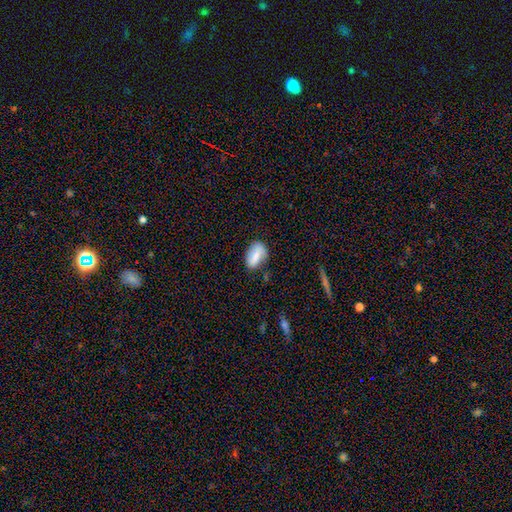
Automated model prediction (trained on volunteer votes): Smooth or featured?
  - smooth: 78% *
  - featured or disk: 15%
  - star or artifact: 8%
How rounded?
  - in between: 90% *
  - round: 6%
  - cigar-shaped: 3%
Merging?
  - none: 70% *
  - minor disturbance: 23%
  - major disturbance: 5%
  - merger: 3%